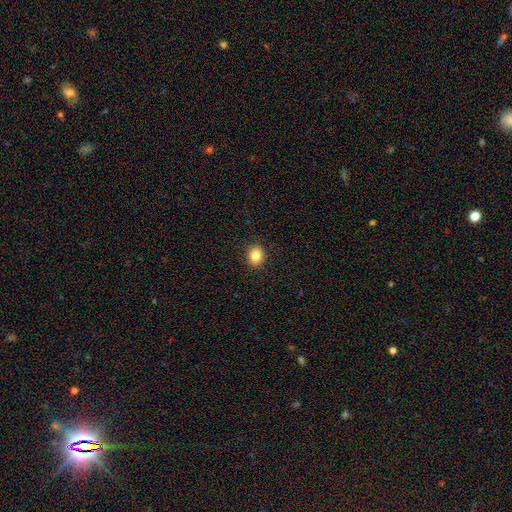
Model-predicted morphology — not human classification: The model was most divided on "how rounded": round: 57%, in between: 42%, cigar-shaped: 1%. More confident: merging — none (92%); smooth or featured — smooth (84%).